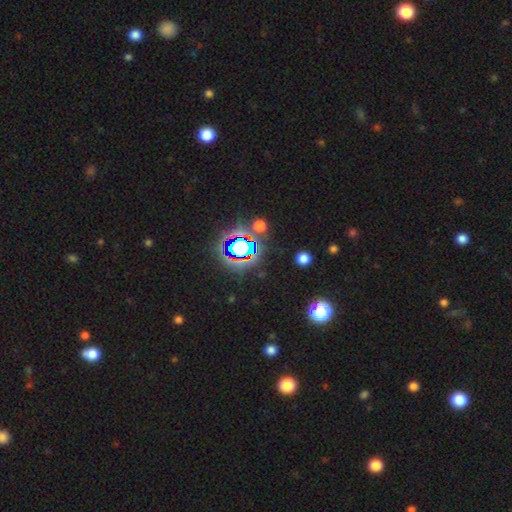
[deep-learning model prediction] This is likely a star or artifact rather than a galaxy (80%).